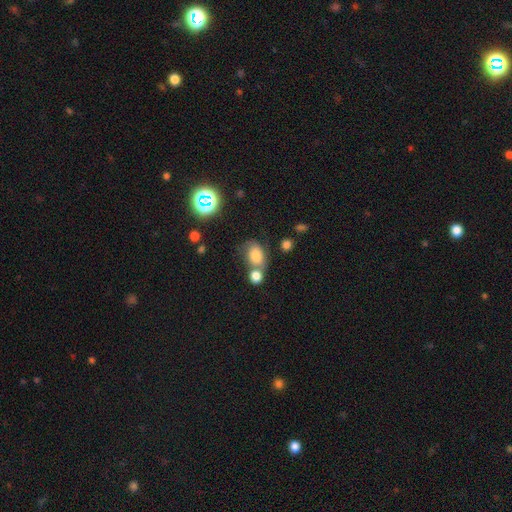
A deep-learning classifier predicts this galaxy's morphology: The model was most divided on "merging": none: 38%, merger: 37%, minor disturbance: 16%, major disturbance: 8%. More confident: smooth or featured — smooth (75%); how rounded — in between (66%).